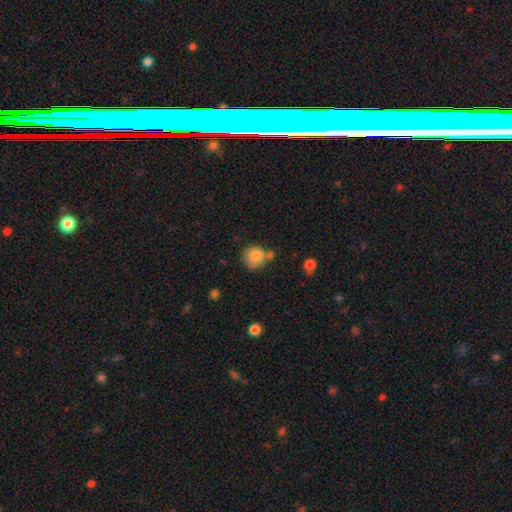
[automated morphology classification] smooth 82%, star or artifact 9%, featured or disk 8%. Down the decision tree: how rounded — round (77%); merging — none (52%).